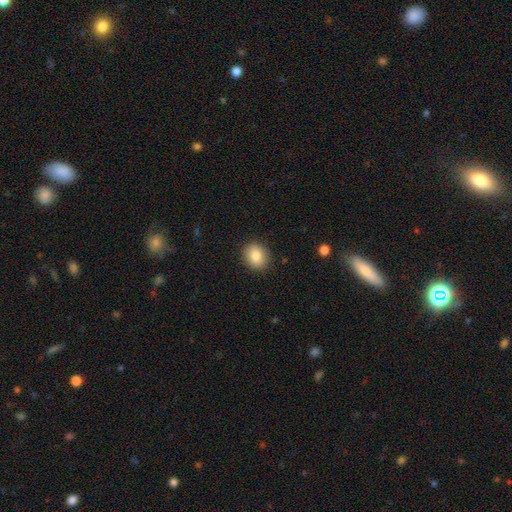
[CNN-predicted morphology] Smooth or featured?
  - smooth: 84% *
  - star or artifact: 9%
  - featured or disk: 7%
How rounded?
  - round: 73% *
  - in between: 26%
  - cigar-shaped: 1%
Merging?
  - none: 90% *
  - minor disturbance: 7%
  - major disturbance: 2%
  - merger: 1%